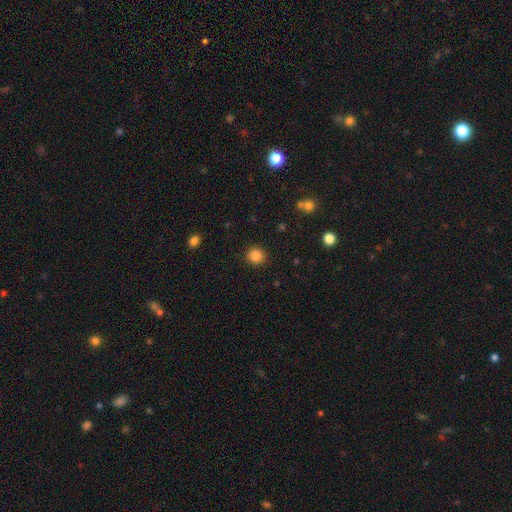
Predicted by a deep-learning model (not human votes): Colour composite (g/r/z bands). It shows a smooth galaxy with no disk features (86%) that is round (91%). Merging: none (92%).